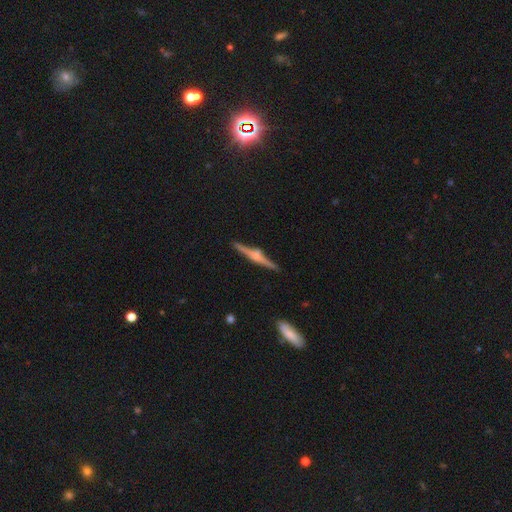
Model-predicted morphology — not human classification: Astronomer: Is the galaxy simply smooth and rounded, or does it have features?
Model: featured or disk — 79%.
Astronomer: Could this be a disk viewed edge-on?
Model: yes — 98%.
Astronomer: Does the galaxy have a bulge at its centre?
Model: rounded — 80%.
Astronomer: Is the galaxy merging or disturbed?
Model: none — 89%.